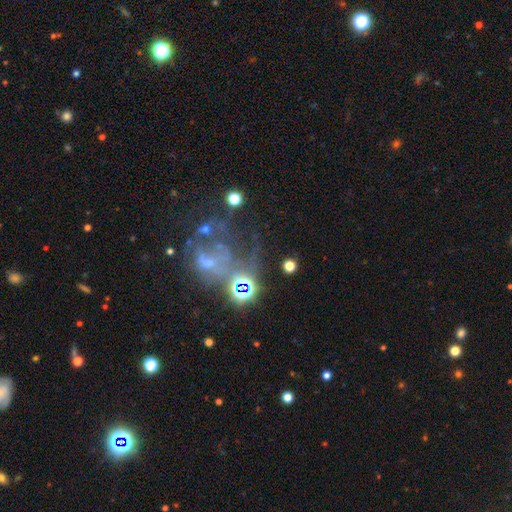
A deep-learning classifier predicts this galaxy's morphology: A featured or disk galaxy (46%). Merging: merger (31%).